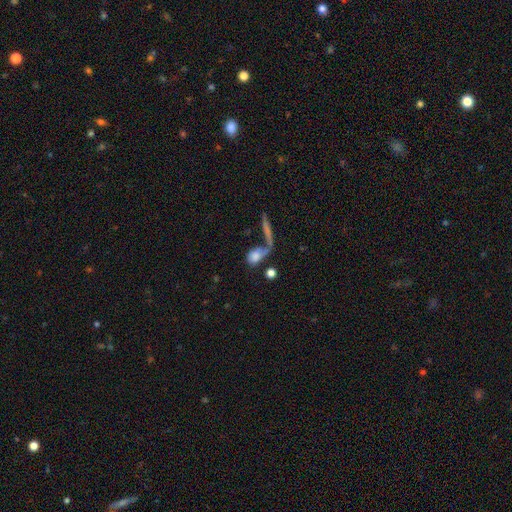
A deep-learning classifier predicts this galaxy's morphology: type=smooth (68%); roundness=in between (59%); merging=merger (35%).